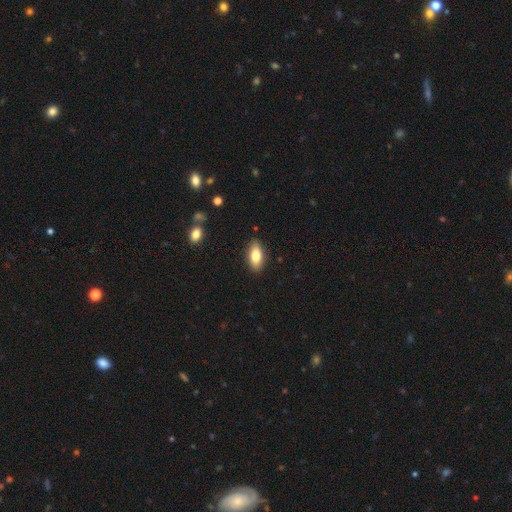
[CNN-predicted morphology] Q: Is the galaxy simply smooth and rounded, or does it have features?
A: smooth — 80%.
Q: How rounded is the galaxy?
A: in between — 88%.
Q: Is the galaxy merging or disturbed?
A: none — 87%.